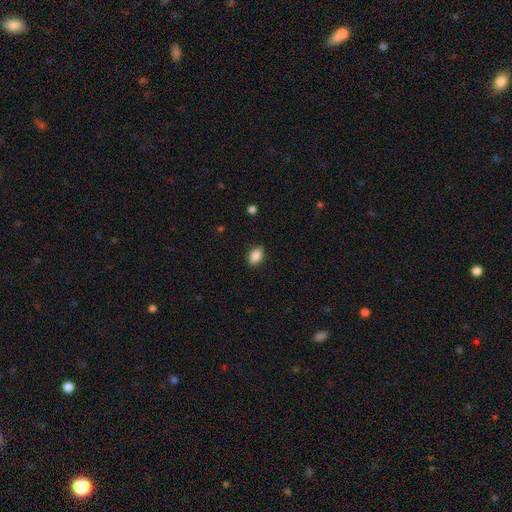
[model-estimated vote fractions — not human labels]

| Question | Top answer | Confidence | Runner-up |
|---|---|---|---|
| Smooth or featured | smooth | 87% | star or artifact (8%) |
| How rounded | in between | 89% | round (8%) |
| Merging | none | 86% | minor disturbance (10%) |